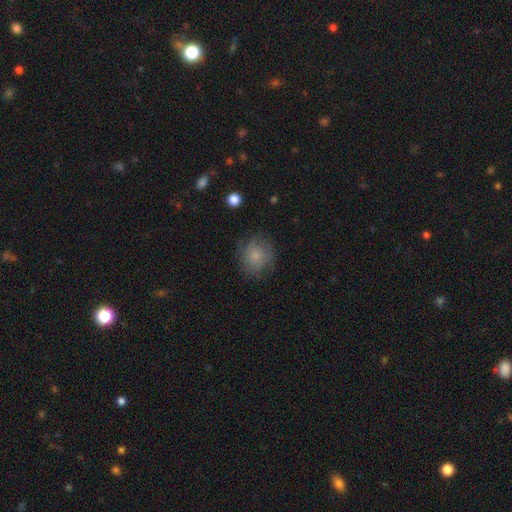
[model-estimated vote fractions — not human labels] Smooth or featured? Predicted: smooth (p=0.68). How rounded? Predicted: round (p=0.84). Merging? Predicted: none (p=0.71).